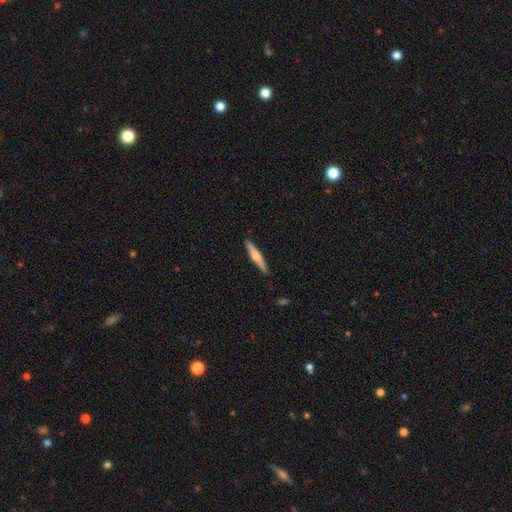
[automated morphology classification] This appears to be a featured or disk galaxy (62%) viewed edge-on (98%) with a rounded central bulge (91%). Merging: none (91%).